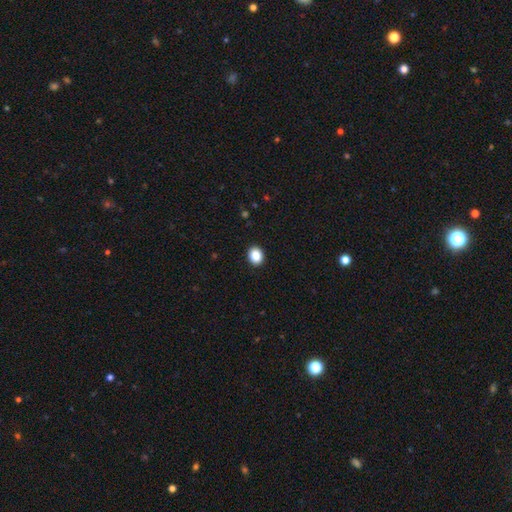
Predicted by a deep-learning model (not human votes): A smooth galaxy with no disk features (87%) that is round (52%). Merging: none (92%).